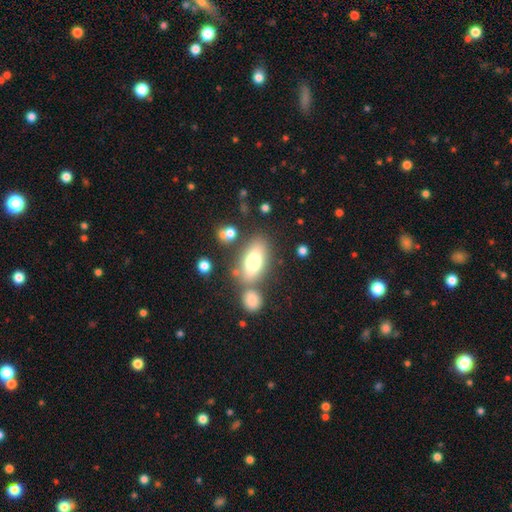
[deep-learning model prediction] The model was most divided on "merging": none: 66%, merger: 15%, minor disturbance: 13%, major disturbance: 6%. More confident: how rounded — in between (83%); smooth or featured — smooth (71%).